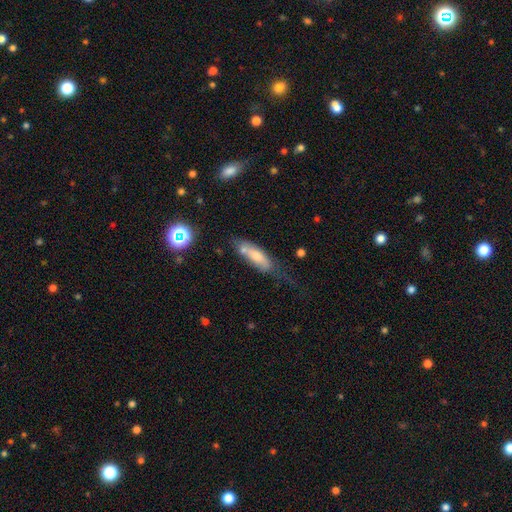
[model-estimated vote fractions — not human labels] This appears to be a smooth galaxy with no disk features (65%) that is in between round and cigar-shaped (53%). Merging: none (38%).